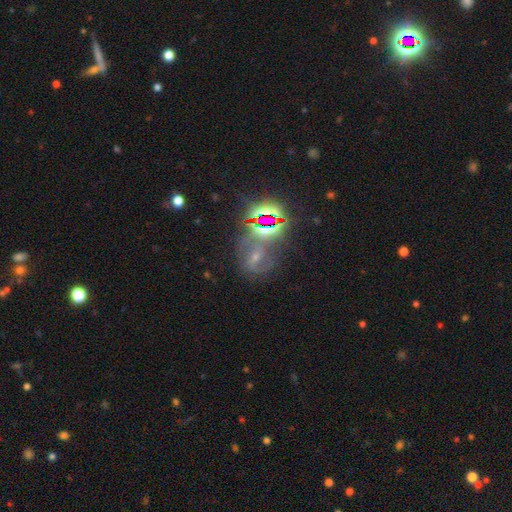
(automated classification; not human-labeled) Smooth or featured? star or artifact (44%)